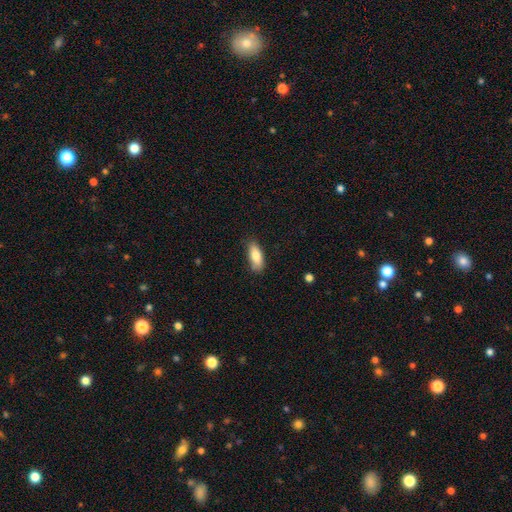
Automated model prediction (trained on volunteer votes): Smooth or featured? smooth (81%)
How rounded? in between (77%)
Merging? none (79%)